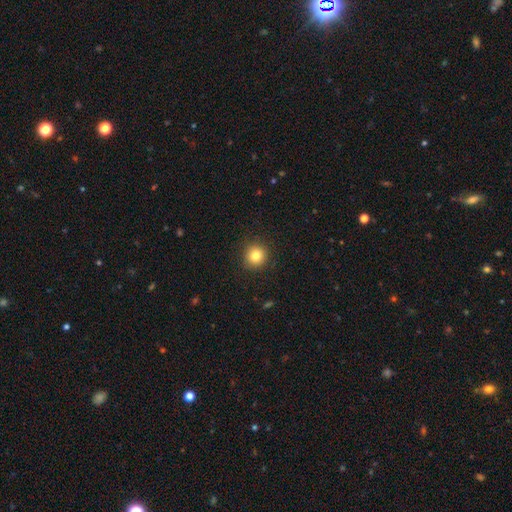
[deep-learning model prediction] Smooth or featured? smooth (82%)
How rounded? round (93%)
Merging? none (91%)